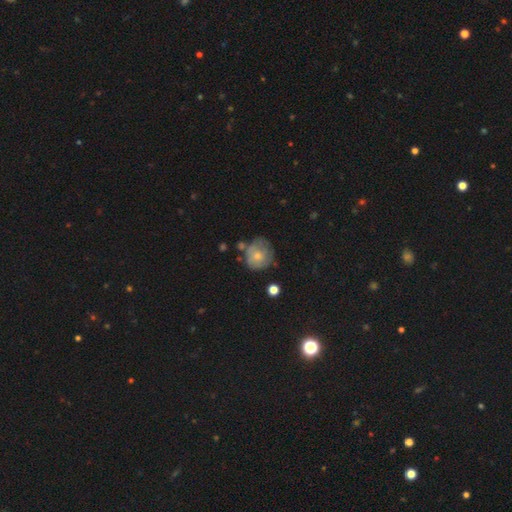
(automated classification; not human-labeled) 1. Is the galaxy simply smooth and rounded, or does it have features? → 61% smooth, 31% featured or disk, 8% star or artifact.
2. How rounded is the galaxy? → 84% round, 15% in between, 1% cigar-shaped.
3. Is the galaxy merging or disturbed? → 54% none, 28% minor disturbance, 10% major disturbance, 9% merger.